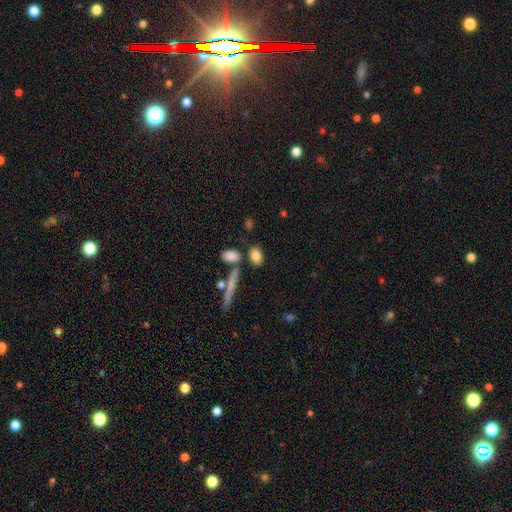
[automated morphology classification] This is clearly a smooth galaxy (81%). How rounded: clearly in between (82%). Merging: likely none (71%).